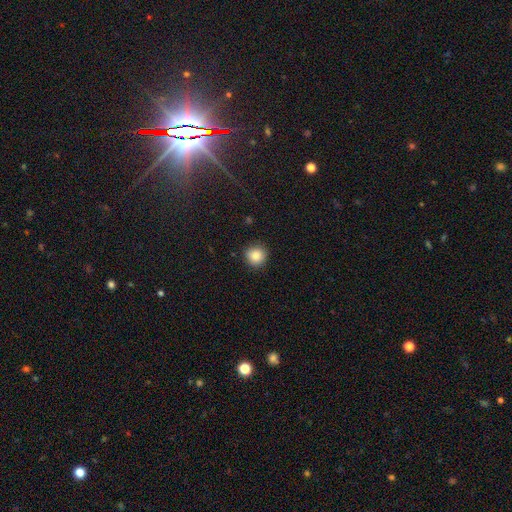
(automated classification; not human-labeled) Smooth or featured? Predicted: smooth (p=0.86). How rounded? Predicted: round (p=0.92). Merging? Predicted: none (p=0.89).